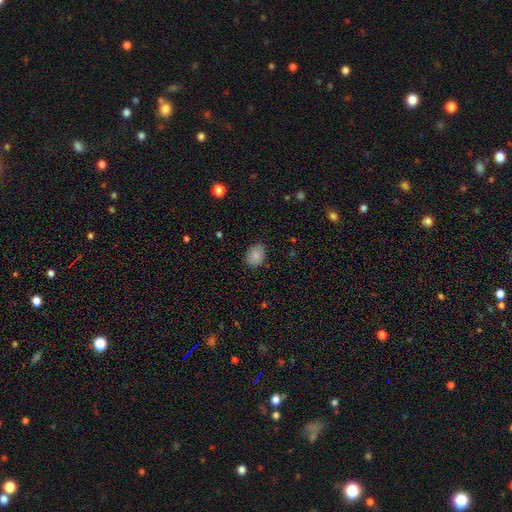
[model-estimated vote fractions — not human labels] Morphology: type=smooth (85%); roundness=in between (64%); merging=none (83%).